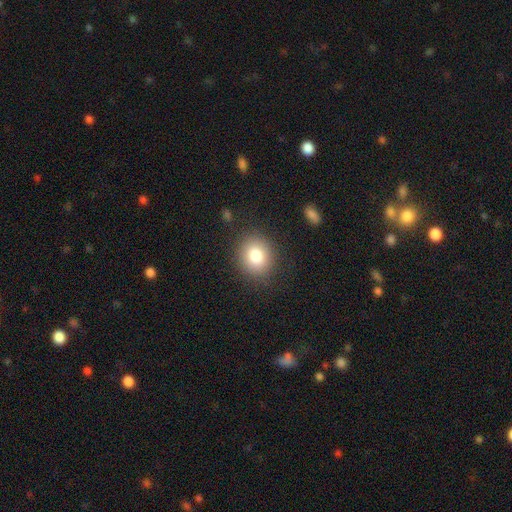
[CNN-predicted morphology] The model was most divided on "how rounded": round: 73%, in between: 26%, cigar-shaped: 1%. More confident: merging — none (86%); smooth or featured — smooth (82%).